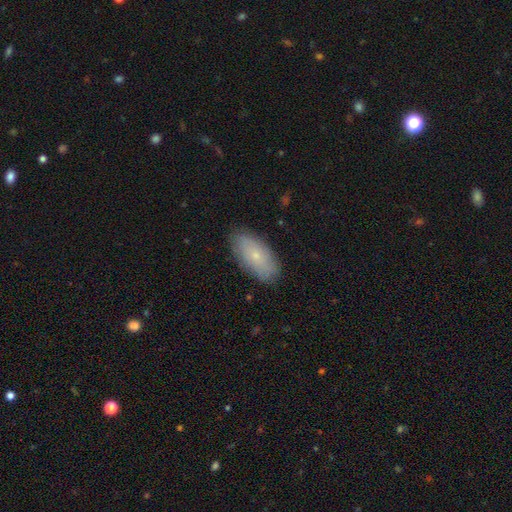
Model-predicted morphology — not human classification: The model was most divided on "smooth or featured": smooth: 70%, featured or disk: 23%, star or artifact: 7%. More confident: how rounded — in between (91%); merging — none (85%).